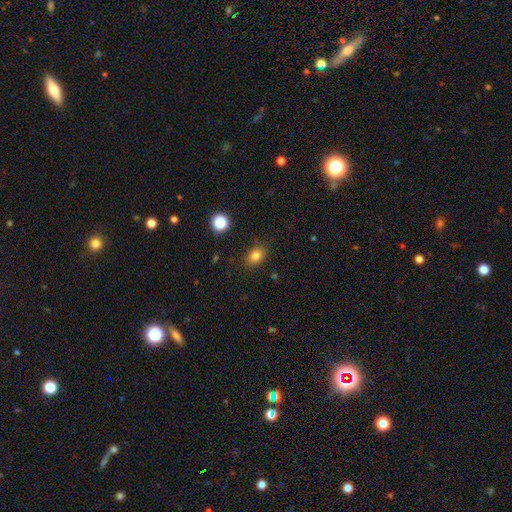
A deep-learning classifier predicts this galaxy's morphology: smooth-or-featured: smooth: 81% | star or artifact: 12% | featured or disk: 7%
  how-rounded: in between: 68% | round: 31% | cigar-shaped: 1%
  merging: none: 84% | minor disturbance: 11% | major disturbance: 3% | merger: 2%